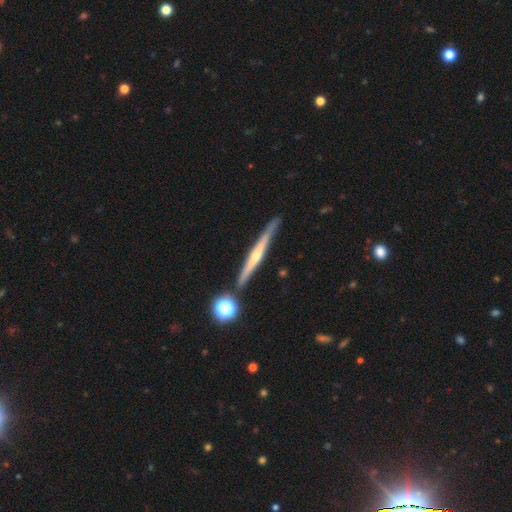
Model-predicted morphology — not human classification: smooth-or-featured: featured or disk: 74% | smooth: 19% | star or artifact: 7%
  disk-edge-on: yes: 97% | no: 3%
    edge-on-bulge: rounded: 64% | none: 28% | boxy: 8%
  merging: none: 86% | minor disturbance: 8% | merger: 4% | major disturbance: 2%